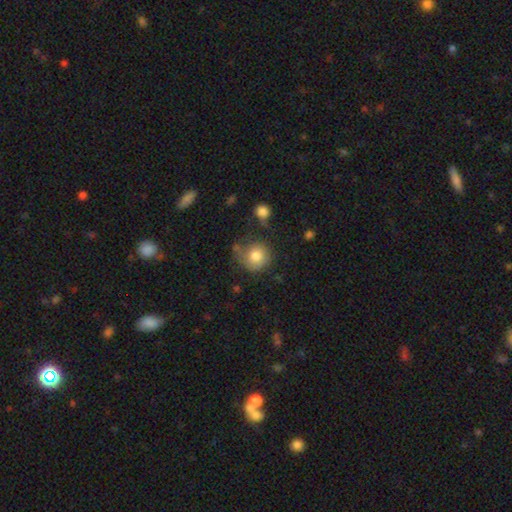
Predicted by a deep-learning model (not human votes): Smooth or featured: smooth — 79% (featured or disk — 12%)
How rounded: round — 88% (in between — 11%)
Merging: none — 56% (minor disturbance — 24%)